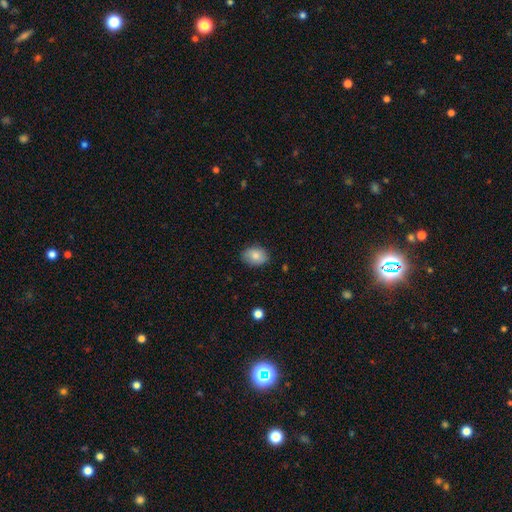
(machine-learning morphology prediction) smooth_or_featured: smooth (p=0.82) [alt: featured or disk p=0.10]
how_rounded: in between (p=0.68) [alt: round p=0.31]
merging: none (p=0.83) [alt: minor disturbance p=0.13]